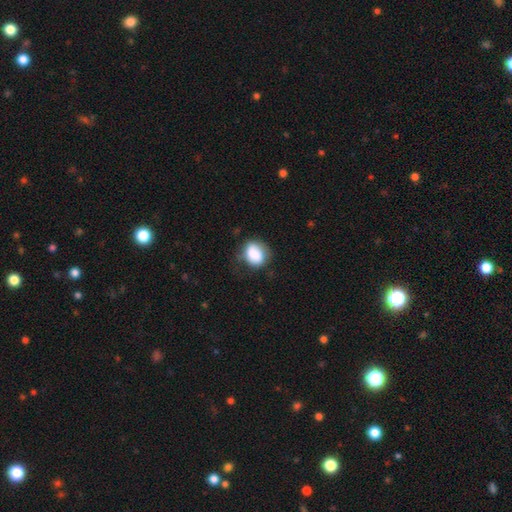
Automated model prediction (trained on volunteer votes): The model was most divided on "how rounded": in between: 56%, round: 43%, cigar-shaped: 1%. More confident: smooth or featured — smooth (83%); merging — none (57%).